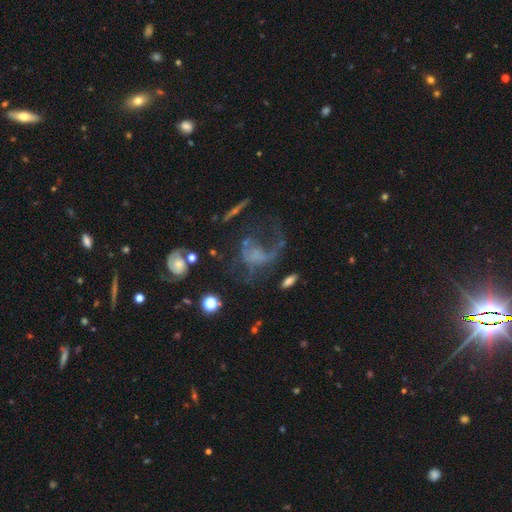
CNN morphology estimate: Smooth or featured: featured or disk — 55% (smooth — 26%)
Edge-on disk: no — 95% (yes — 5%)
Bar: no — 80% (weak — 15%)
Spiral arms: no — 54% (yes — 46%)
Bulge size: none — 66% (small — 16%)
Merging: major disturbance — 52% (none — 26%)